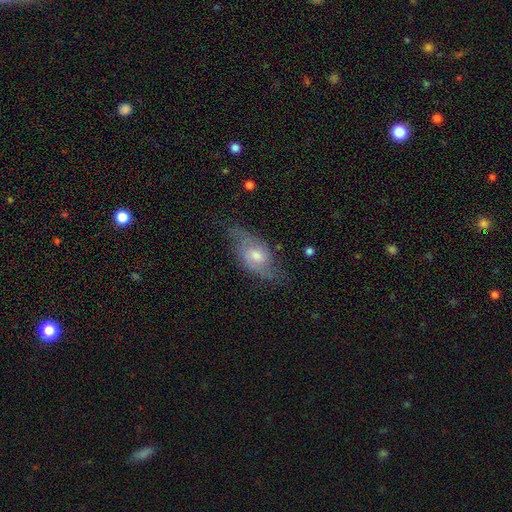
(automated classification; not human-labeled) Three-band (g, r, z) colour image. It shows a featured or disk galaxy (68%) with no bar (54%), 2 (81%) medium (44%) spiral arms (87%) and a moderate central bulge (60%). Merging: none (66%).